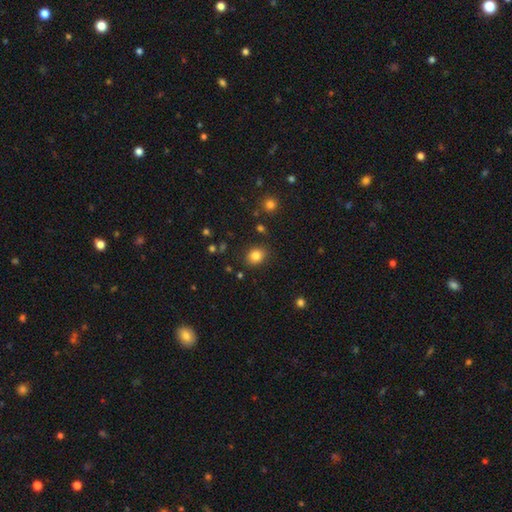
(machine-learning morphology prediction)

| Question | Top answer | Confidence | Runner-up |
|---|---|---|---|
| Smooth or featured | smooth | 82% | star or artifact (11%) |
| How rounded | round | 56% | in between (43%) |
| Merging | none | 85% | minor disturbance (10%) |